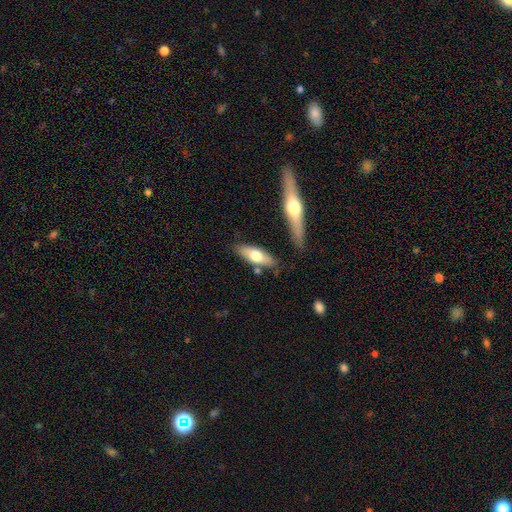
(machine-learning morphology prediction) smooth_or_featured: smooth (p=0.60) [alt: featured or disk p=0.35]
how_rounded: in between (p=0.54) [alt: cigar-shaped p=0.44]
merging: none (p=0.75) [alt: minor disturbance p=0.13]